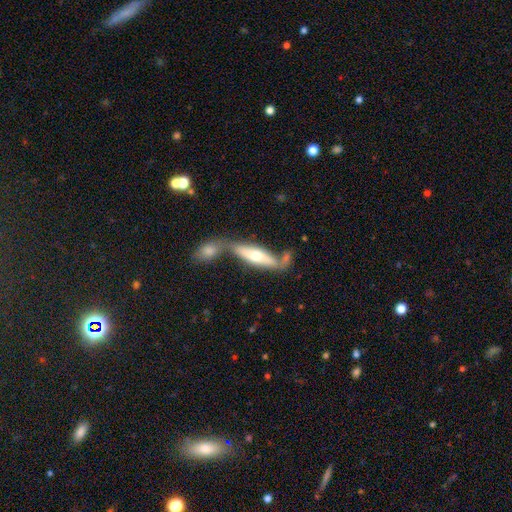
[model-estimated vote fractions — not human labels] smooth_or_featured: smooth (p=0.50) [alt: featured or disk p=0.44]
how_rounded: cigar-shaped (p=0.58) [alt: in between p=0.40]
merging: merger (p=0.50) [alt: none p=0.30]